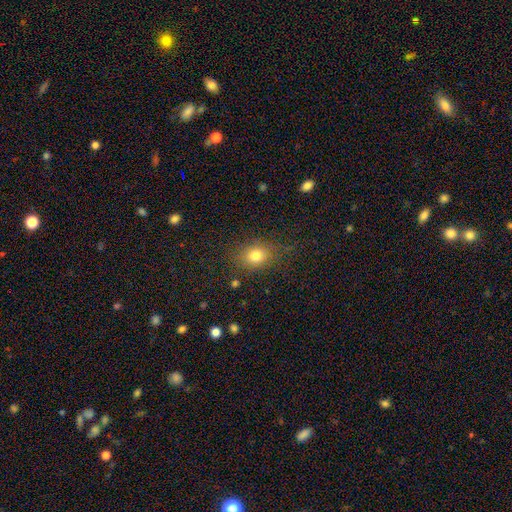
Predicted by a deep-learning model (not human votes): This appears to be a smooth galaxy with no disk features (79%) that is round (56%). Merging: none (78%).